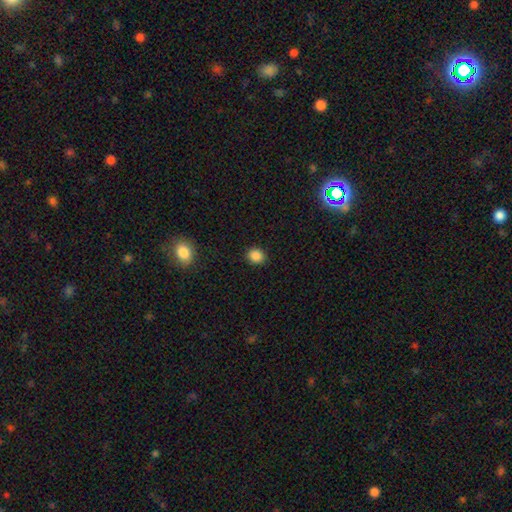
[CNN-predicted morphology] Smooth or featured? Predicted: smooth (p=0.86). How rounded? Predicted: round (p=0.73). Merging? Predicted: none (p=0.89).